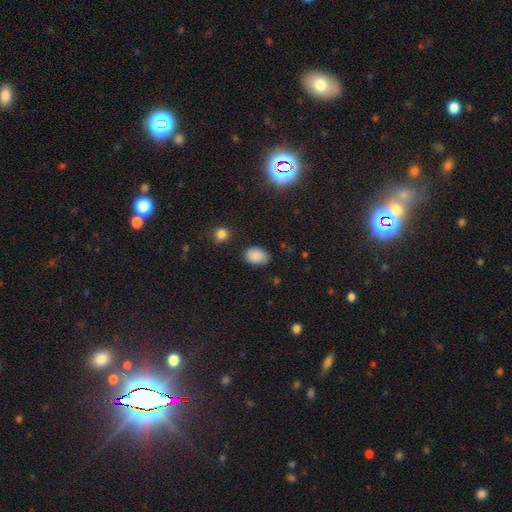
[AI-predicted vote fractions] Smooth or featured? smooth (87%)
How rounded? in between (81%)
Merging? none (80%)